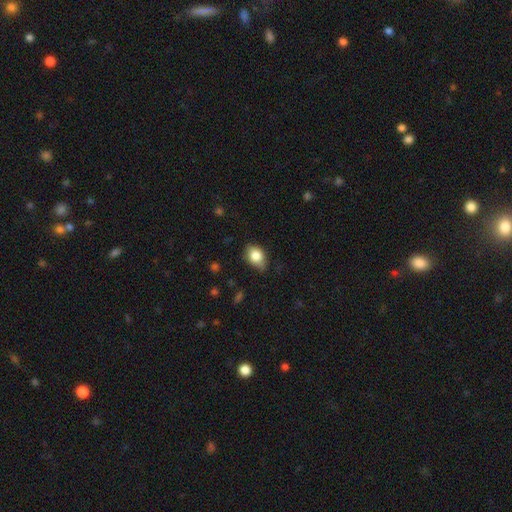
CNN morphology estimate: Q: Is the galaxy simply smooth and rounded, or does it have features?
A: smooth — 81%.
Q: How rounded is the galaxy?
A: in between — 66%.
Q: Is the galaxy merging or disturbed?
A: none — 64%.